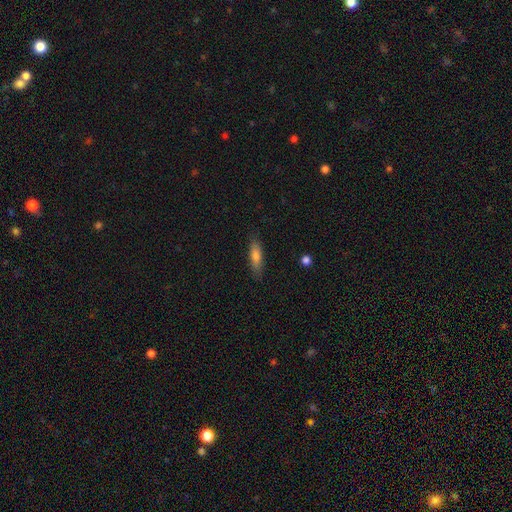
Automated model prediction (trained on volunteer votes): Smooth or featured?
  - smooth: 72% *
  - featured or disk: 21%
  - star or artifact: 7%
How rounded?
  - cigar-shaped: 60% *
  - in between: 38%
  - round: 2%
Merging?
  - none: 85% *
  - minor disturbance: 11%
  - major disturbance: 2%
  - merger: 1%